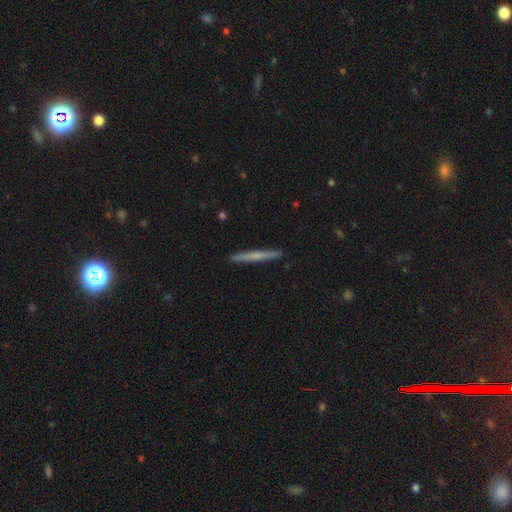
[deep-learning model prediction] Smooth or featured? smooth (54%)
How rounded? cigar-shaped (97%)
Merging? none (92%)